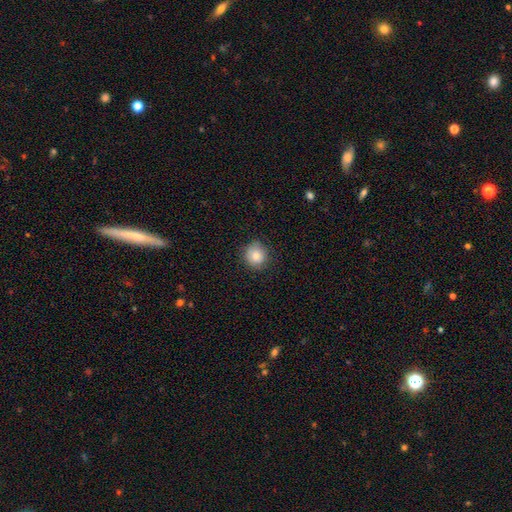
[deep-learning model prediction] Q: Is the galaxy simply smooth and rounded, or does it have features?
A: smooth — 82%.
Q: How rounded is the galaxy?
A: round — 86%.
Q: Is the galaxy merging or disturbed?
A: none — 83%.